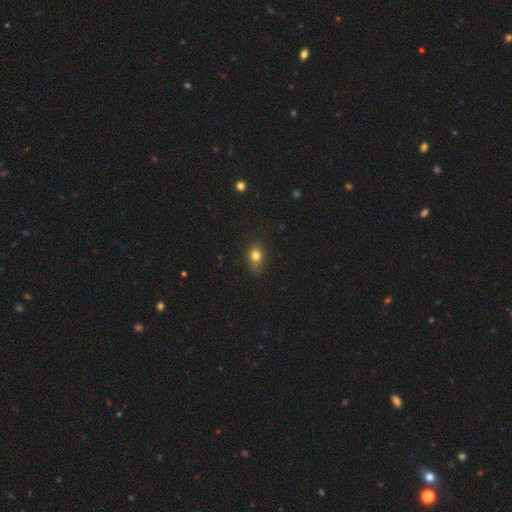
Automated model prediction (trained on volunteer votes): smooth_or_featured: smooth (p=0.78) [alt: star or artifact p=0.12]
how_rounded: in between (p=0.63) [alt: round p=0.33]
merging: none (p=0.71) [alt: minor disturbance p=0.23]